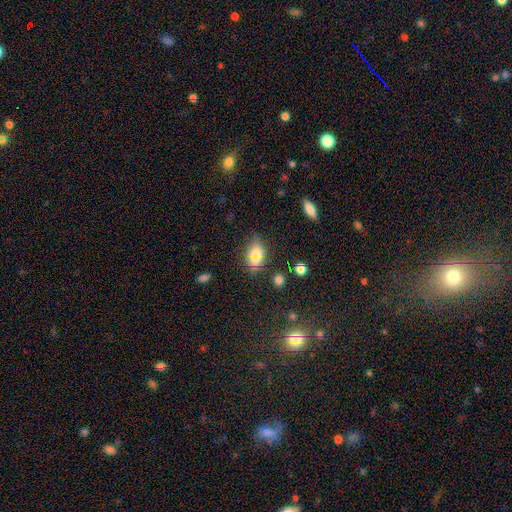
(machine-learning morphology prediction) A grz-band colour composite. It shows a smooth galaxy with no disk features (71%) that is in between round and cigar-shaped (83%). Merging: none (68%).